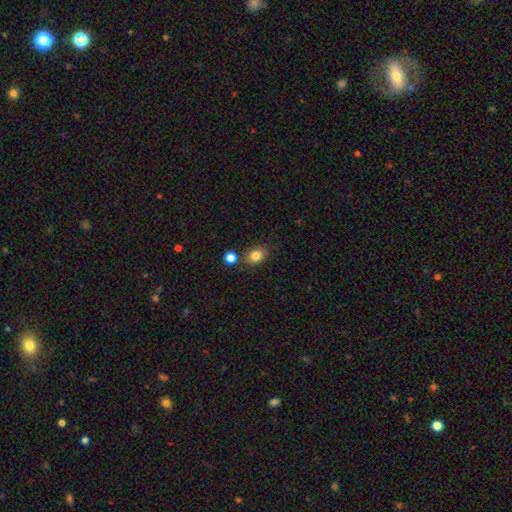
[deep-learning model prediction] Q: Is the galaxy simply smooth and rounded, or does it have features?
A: smooth — 83%.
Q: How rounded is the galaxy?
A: in between — 60%.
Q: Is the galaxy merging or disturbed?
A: none — 73%.